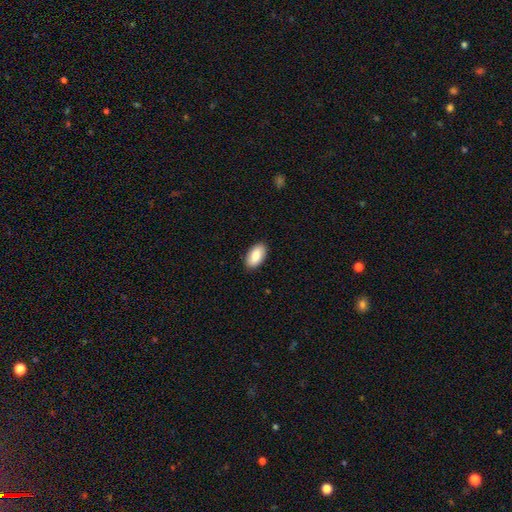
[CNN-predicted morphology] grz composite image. It shows a smooth galaxy with no disk features (86%) that is in between round and cigar-shaped (95%). Merging: none (89%).